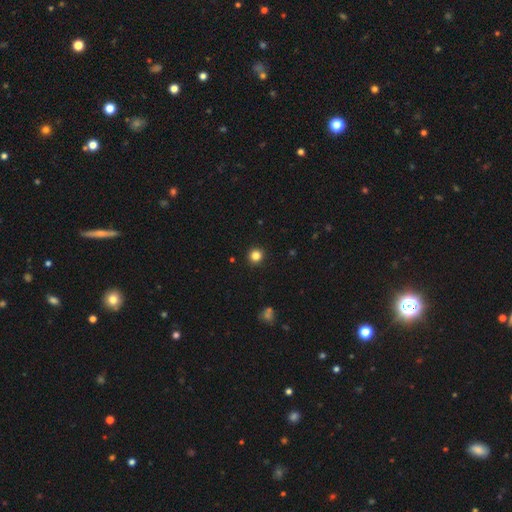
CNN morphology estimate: Q: Smooth or featured?
A: smooth (83%); runner-up: star or artifact (13%)
Q: How rounded?
A: round (95%); runner-up: in between (4%)
Q: Merging?
A: none (93%); runner-up: minor disturbance (4%)